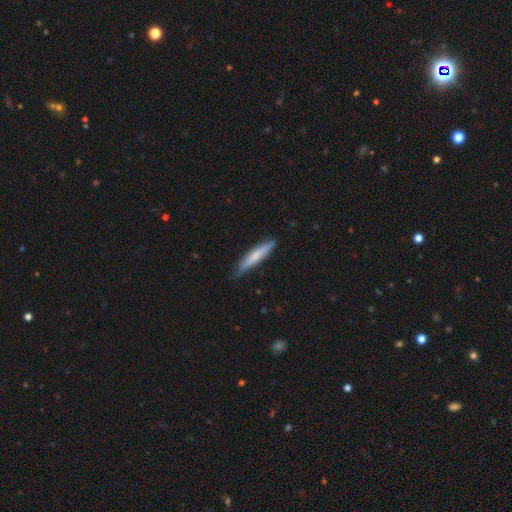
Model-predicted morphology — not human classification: smooth 70%, featured or disk 25%, star or artifact 5%. Down the decision tree: how rounded — cigar-shaped (89%); merging — none (81%).